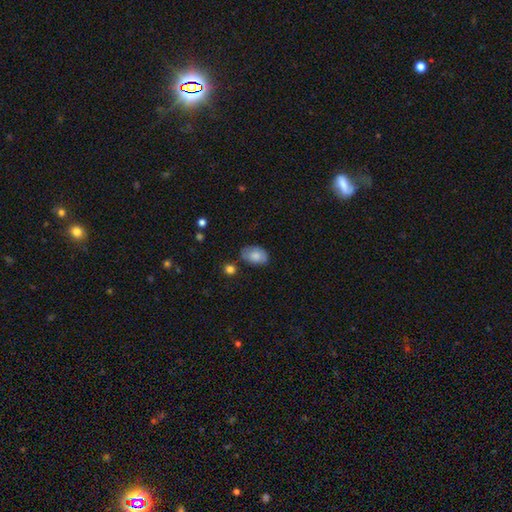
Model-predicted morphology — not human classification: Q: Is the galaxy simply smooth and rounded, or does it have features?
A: smooth — 77%.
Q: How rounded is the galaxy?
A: in between — 88%.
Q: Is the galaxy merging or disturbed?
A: none — 65%.